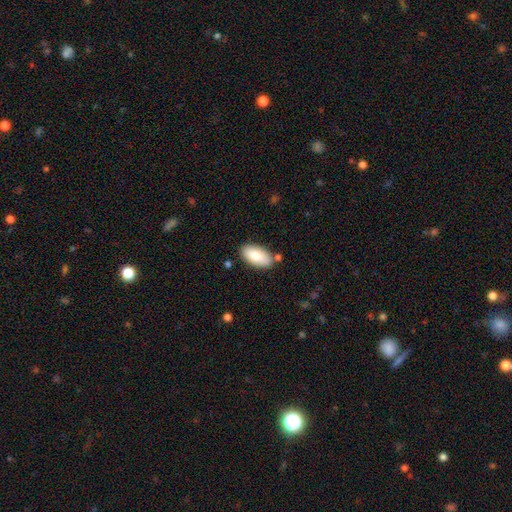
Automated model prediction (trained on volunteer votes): A smooth galaxy with no disk features (83%) that is in between round and cigar-shaped (95%). Merging: none (81%).